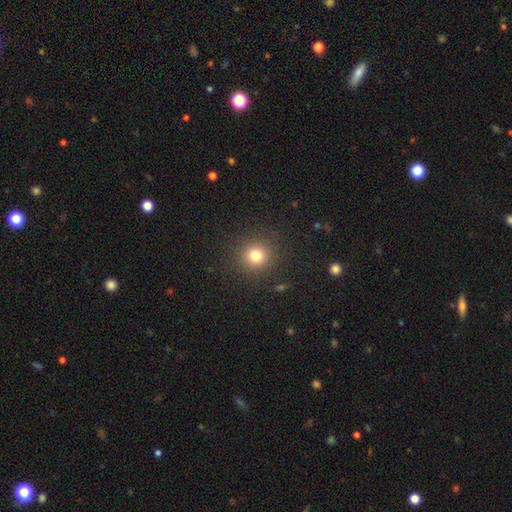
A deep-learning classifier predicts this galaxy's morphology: Smooth or featured? Predicted: smooth (p=0.78). How rounded? Predicted: round (p=0.93). Merging? Predicted: none (p=0.89).